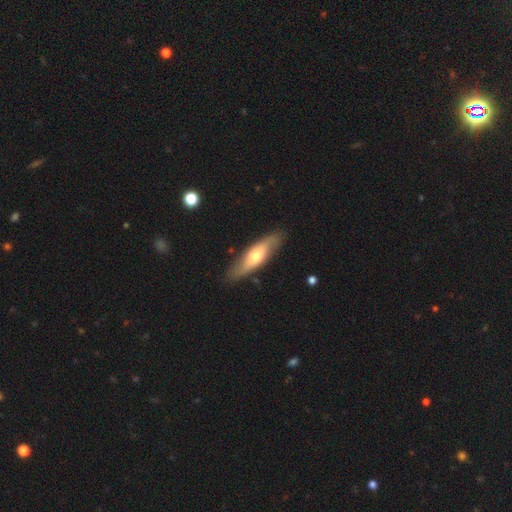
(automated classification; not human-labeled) A featured or disk galaxy (49%). Merging: none (84%).